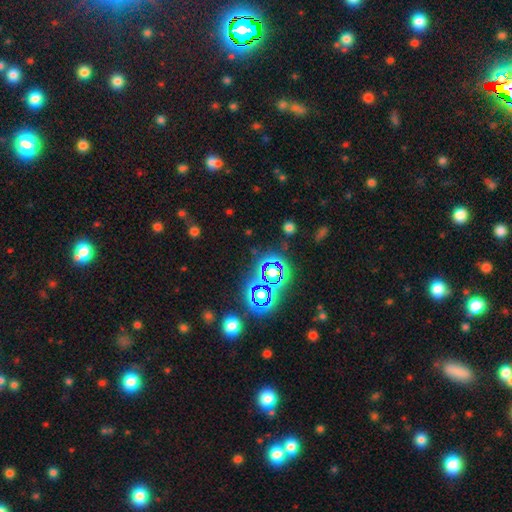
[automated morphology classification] type=star or artifact (62%).